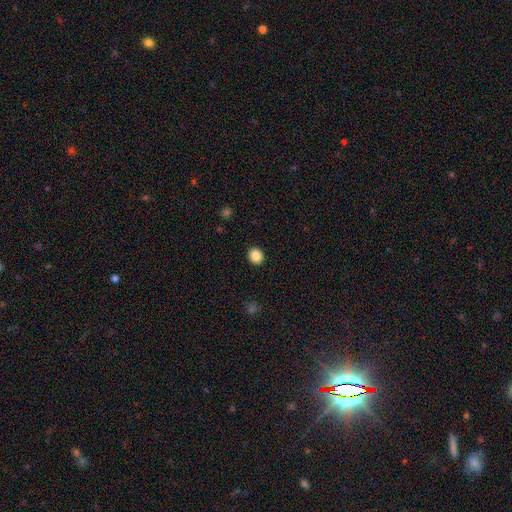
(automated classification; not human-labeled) A smooth galaxy with no disk features (86%) that is round (77%).

Vote fractions:
- Smooth or featured? smooth: 86% / star or artifact: 10% / featured or disk: 4%
- How rounded? round: 77% / in between: 22% / cigar-shaped: 1%
- Merging? none: 92% / minor disturbance: 5% / major disturbance: 2% / merger: 1%